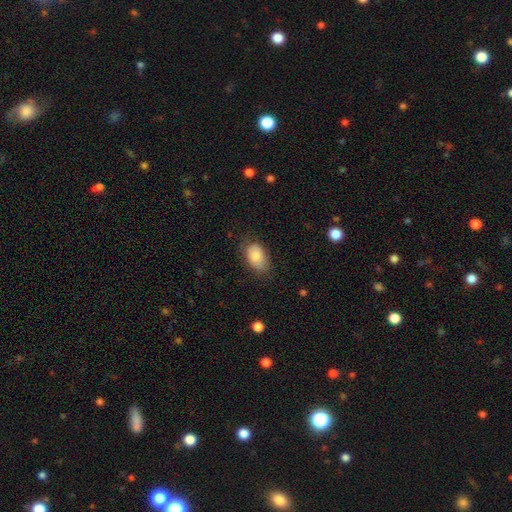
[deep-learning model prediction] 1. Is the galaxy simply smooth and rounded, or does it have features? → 83% smooth, 10% featured or disk, 7% star or artifact.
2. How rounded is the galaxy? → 90% in between, 9% round, 1% cigar-shaped.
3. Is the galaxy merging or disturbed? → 67% none, 25% minor disturbance, 7% major disturbance, 1% merger.